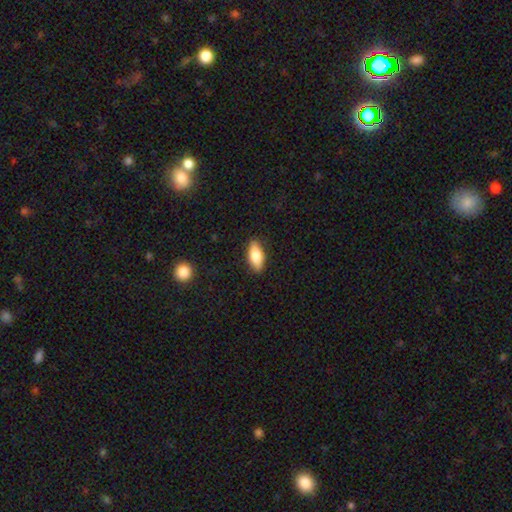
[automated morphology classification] Smooth or featured: smooth — 74% (featured or disk — 20%)
How rounded: in between — 79% (cigar-shaped — 18%)
Merging: none — 88% (minor disturbance — 9%)